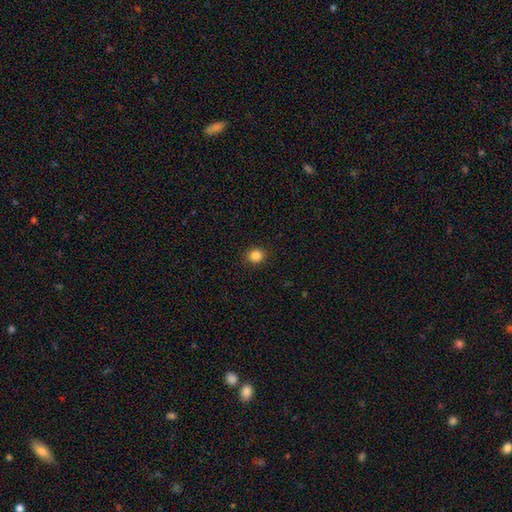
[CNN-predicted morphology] The model was most divided on "how rounded": round: 83%, in between: 16%, cigar-shaped: 1%. More confident: merging — none (90%); smooth or featured — smooth (85%).